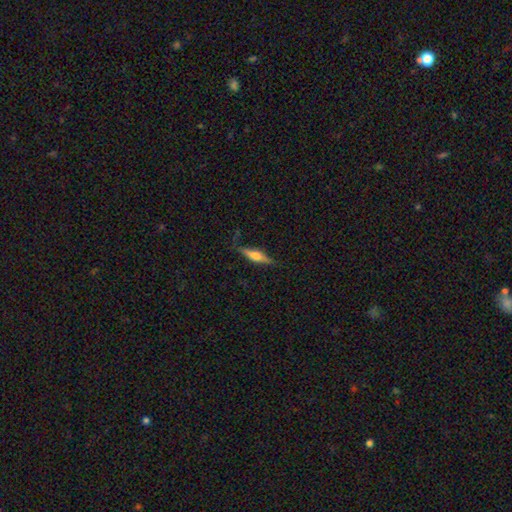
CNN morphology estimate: Q: Smooth or featured?
A: featured or disk (59%); runner-up: smooth (35%)
Q: Edge-on disk?
A: yes (95%); runner-up: no (5%)
Q: Edge-on bulge?
A: rounded (91%); runner-up: boxy (6%)
Q: Merging?
A: none (79%); runner-up: minor disturbance (16%)